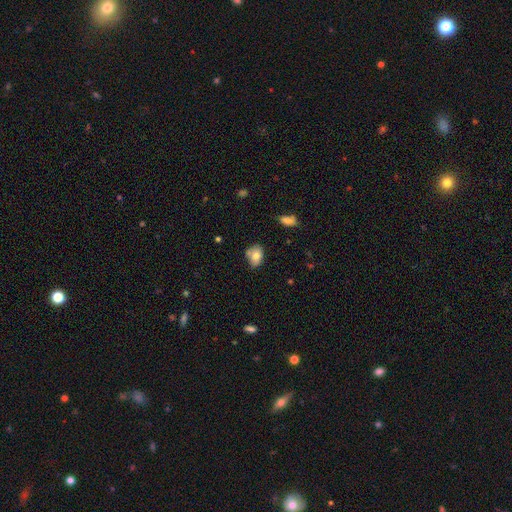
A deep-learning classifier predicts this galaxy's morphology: smooth_or_featured: smooth (p=0.75) [alt: featured or disk p=0.17]
how_rounded: in between (p=0.70) [alt: round p=0.29]
merging: none (p=0.51) [alt: minor disturbance p=0.33]